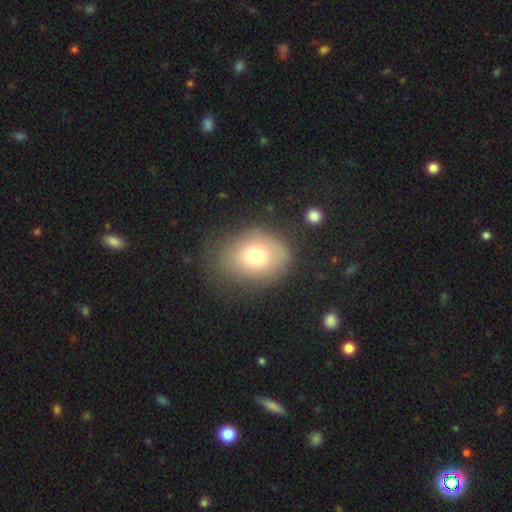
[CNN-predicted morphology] Smooth or featured? Predicted: smooth (p=0.72). How rounded? Predicted: in between (p=0.52). Merging? Predicted: none (p=0.61).